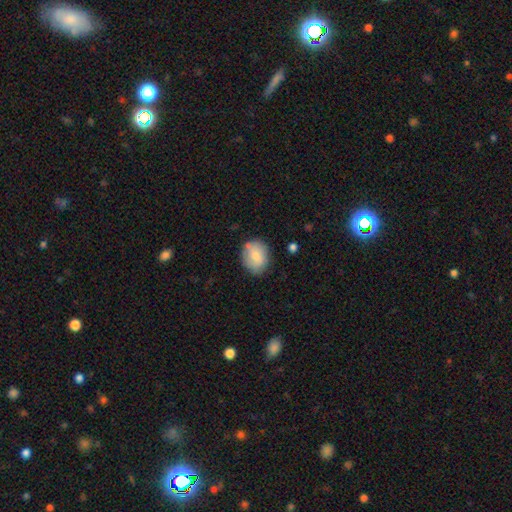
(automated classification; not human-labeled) A smooth galaxy with no disk features (79%) that is in between round and cigar-shaped (51%).

Vote fractions:
- Smooth or featured? smooth: 79% / featured or disk: 14% / star or artifact: 7%
- How rounded? in between: 51% / round: 48% / cigar-shaped: 1%
- Merging? none: 73% / minor disturbance: 19% / major disturbance: 4% / merger: 4%